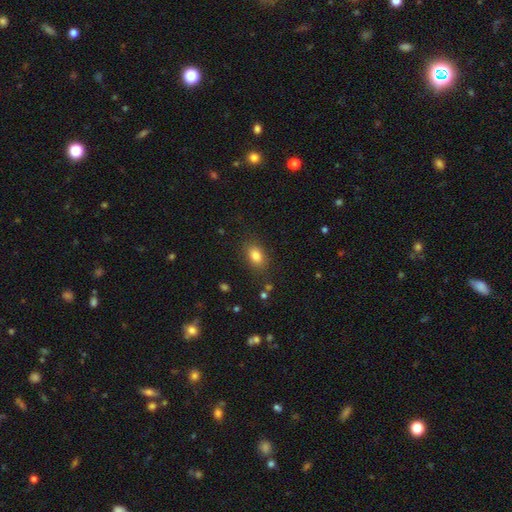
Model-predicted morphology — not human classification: Q: Smooth or featured?
A: smooth (83%); runner-up: star or artifact (10%)
Q: How rounded?
A: in between (82%); runner-up: round (16%)
Q: Merging?
A: none (84%); runner-up: minor disturbance (11%)